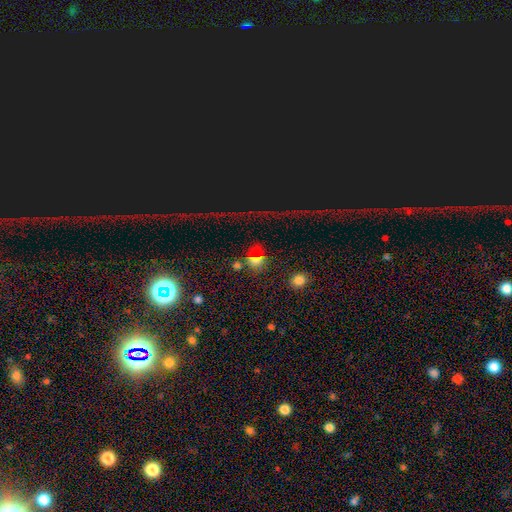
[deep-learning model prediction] A smooth galaxy with no disk features (52%) that is round (50%).

Vote fractions:
- Smooth or featured? smooth: 52% / star or artifact: 35% / featured or disk: 13%
- How rounded? round: 50% / in between: 45% / cigar-shaped: 5%
- Merging? none: 59% / merger: 16% / minor disturbance: 13% / major disturbance: 11%